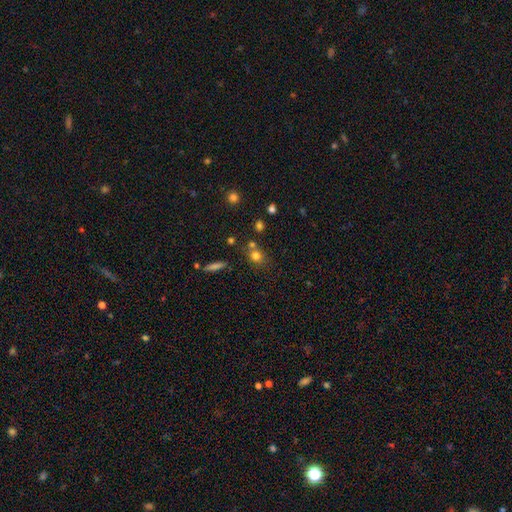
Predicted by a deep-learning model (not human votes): Overall: smooth (75%). How rounded: round (69%). Merging: none (57%; merger 27%).